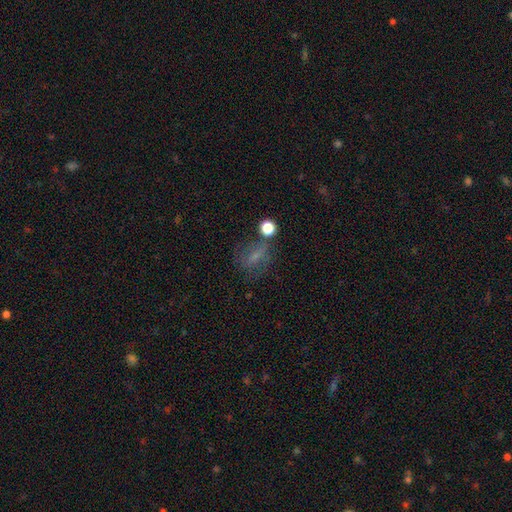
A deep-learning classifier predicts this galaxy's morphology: Smooth or featured? Predicted: smooth (p=0.54). How rounded? Predicted: in between (p=0.51). Merging? Predicted: none (p=0.54).